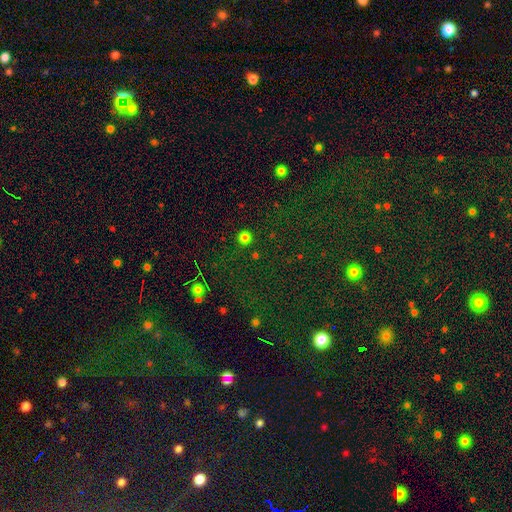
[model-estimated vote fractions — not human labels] smooth-or-featured: star or artifact: 59% | smooth: 34% | featured or disk: 7%